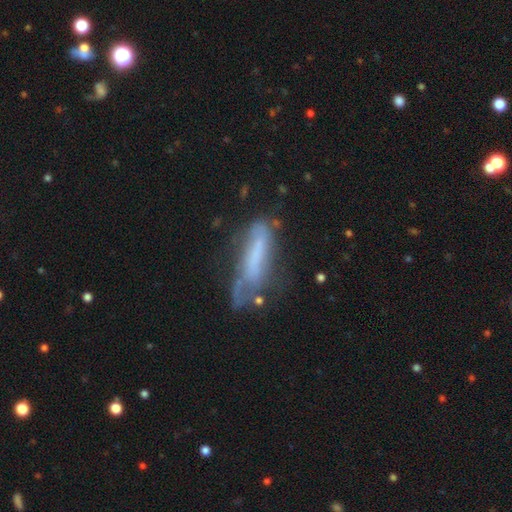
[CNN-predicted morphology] A featured or disk galaxy (49%).

Vote fractions:
- Smooth or featured? featured or disk: 49% / smooth: 40% / star or artifact: 11%
- Merging? none: 39% / minor disturbance: 28% / major disturbance: 25% / merger: 8%